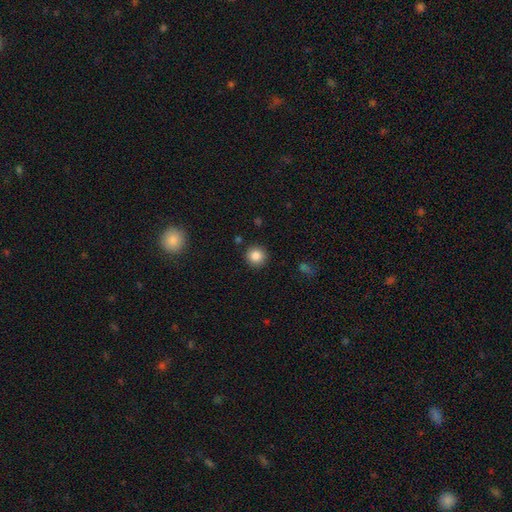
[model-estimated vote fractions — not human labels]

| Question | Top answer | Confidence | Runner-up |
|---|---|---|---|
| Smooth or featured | smooth | 85% | star or artifact (10%) |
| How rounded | round | 93% | in between (6%) |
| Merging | none | 90% | minor disturbance (6%) |